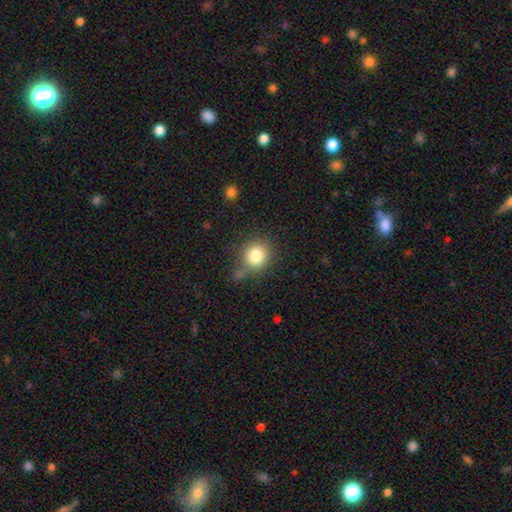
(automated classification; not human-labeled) Smooth or featured: smooth — 81% (star or artifact — 11%)
How rounded: round — 88% (in between — 11%)
Merging: none — 68% (minor disturbance — 18%)